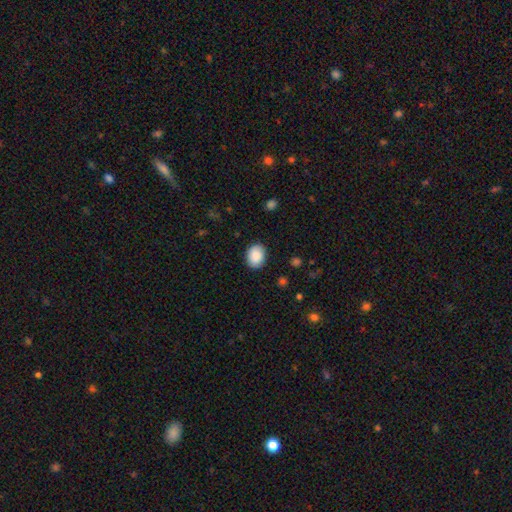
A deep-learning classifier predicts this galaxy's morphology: A smooth galaxy with no disk features (89%) that is in between round and cigar-shaped (62%).

Vote fractions:
- Smooth or featured? smooth: 89% / star or artifact: 7% / featured or disk: 5%
- How rounded? in between: 62% / round: 37% / cigar-shaped: 1%
- Merging? none: 88% / minor disturbance: 9% / major disturbance: 2% / merger: 1%